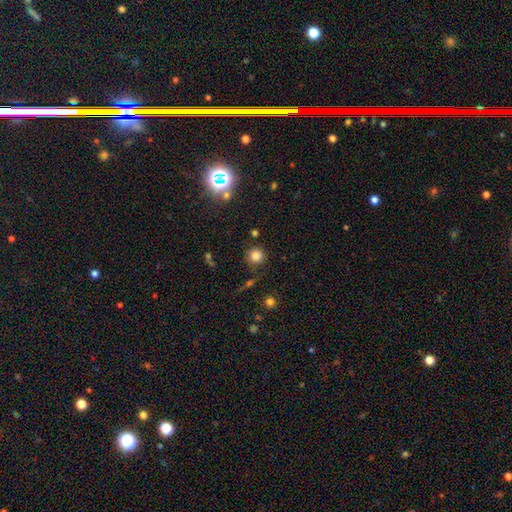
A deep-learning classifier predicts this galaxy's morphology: type=smooth (80%); roundness=round (93%); merging=none (84%).